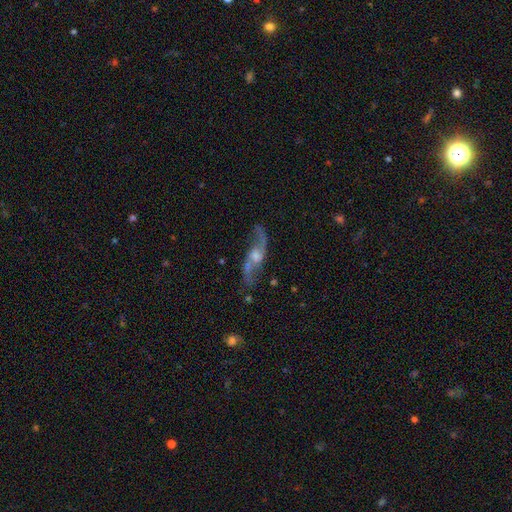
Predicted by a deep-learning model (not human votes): Smooth or featured: featured or disk — 83% (star or artifact — 9%)
Edge-on disk: no — 80% (yes — 20%)
Bar: no — 56% (weak — 33%)
Spiral arms: yes — 94% (no — 6%)
Spiral winding: loose — 73% (medium — 21%)
Spiral arm count: 2 — 91% (can't tell — 3%)
Bulge size: moderate — 55% (small — 28%)
Merging: none — 76% (minor disturbance — 14%)